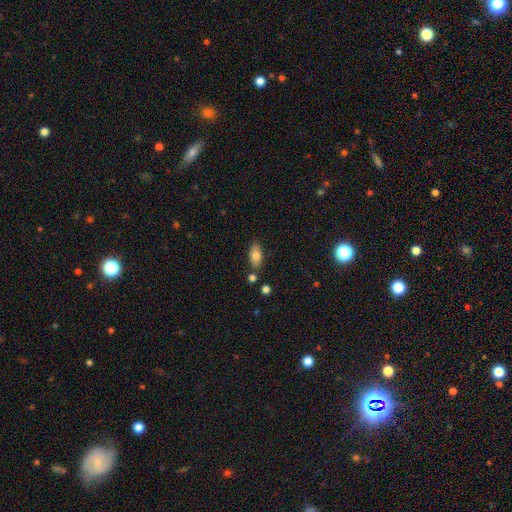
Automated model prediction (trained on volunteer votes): Overall: smooth (77%). How rounded: in between (89%). Merging: none (79%).